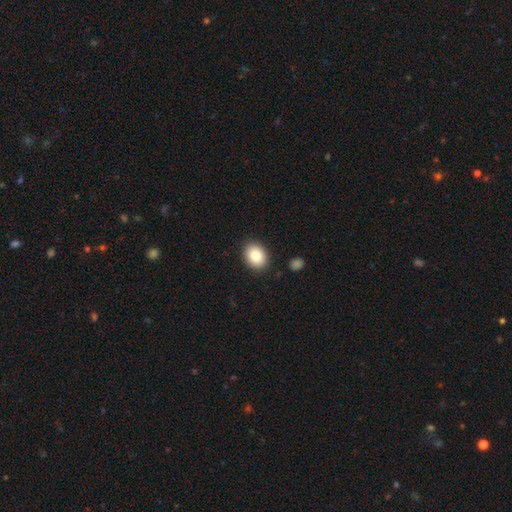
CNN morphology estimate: type=smooth (84%); roundness=in between (60%); merging=none (88%).